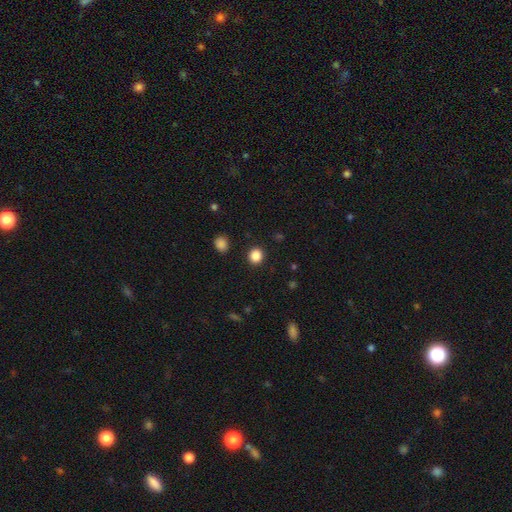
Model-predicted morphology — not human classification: Smooth or featured? Predicted: smooth (p=0.86). How rounded? Predicted: round (p=0.87). Merging? Predicted: none (p=0.91).